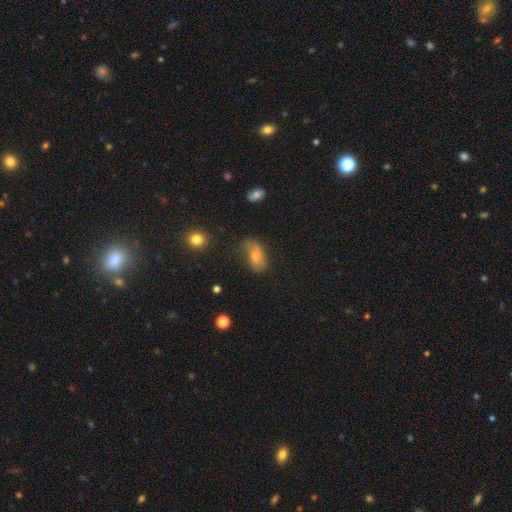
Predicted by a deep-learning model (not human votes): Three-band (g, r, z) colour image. It shows a smooth galaxy with no disk features (61%) that is in between round and cigar-shaped (89%). Merging: none (48%).